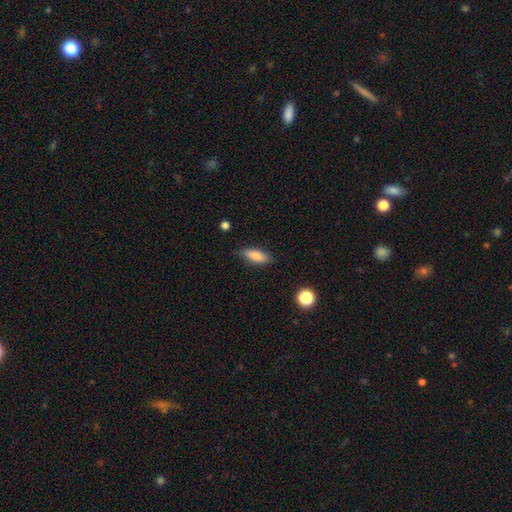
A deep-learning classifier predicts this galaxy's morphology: A smooth galaxy with no disk features (79%) that is in between round and cigar-shaped (69%). Merging: none (81%).